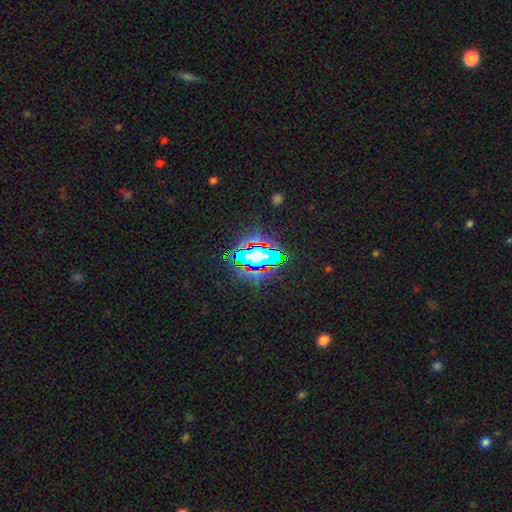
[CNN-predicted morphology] type=star or artifact (58%).